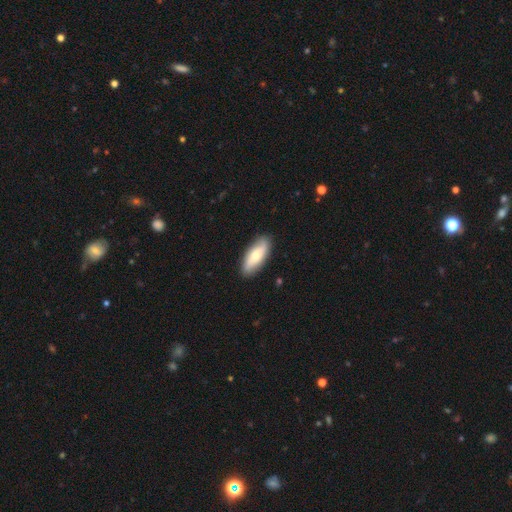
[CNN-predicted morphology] Q: Smooth or featured?
A: smooth (63%); runner-up: featured or disk (31%)
Q: How rounded?
A: in between (78%); runner-up: cigar-shaped (20%)
Q: Merging?
A: none (87%); runner-up: minor disturbance (10%)